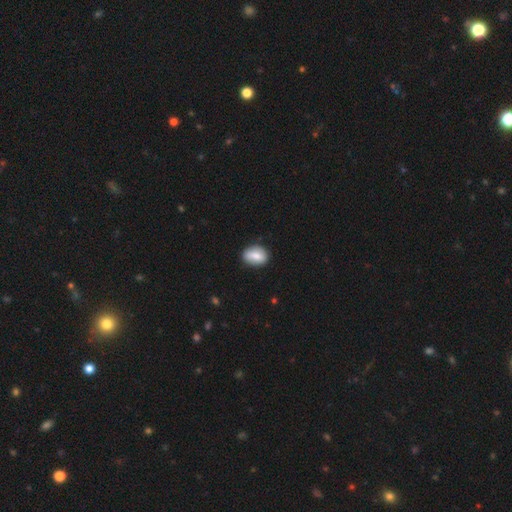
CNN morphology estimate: type=smooth (76%); roundness=in between (72%); merging=none (80%).